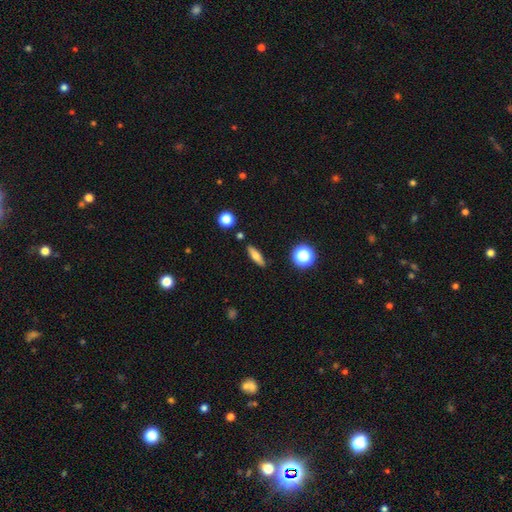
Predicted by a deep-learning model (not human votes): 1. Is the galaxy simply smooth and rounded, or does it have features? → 62% smooth, 29% featured or disk, 9% star or artifact.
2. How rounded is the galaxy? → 57% cigar-shaped, 36% in between, 7% round.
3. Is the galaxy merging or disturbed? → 87% none, 8% minor disturbance, 3% merger, 2% major disturbance.